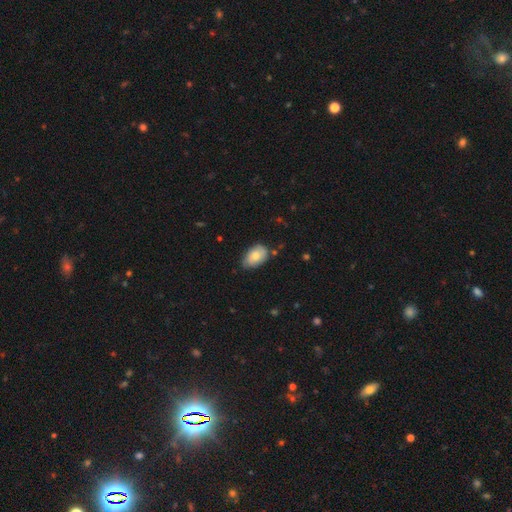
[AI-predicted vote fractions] A smooth galaxy with no disk features (72%) that is in between round and cigar-shaped (88%). Merging: none (64%).